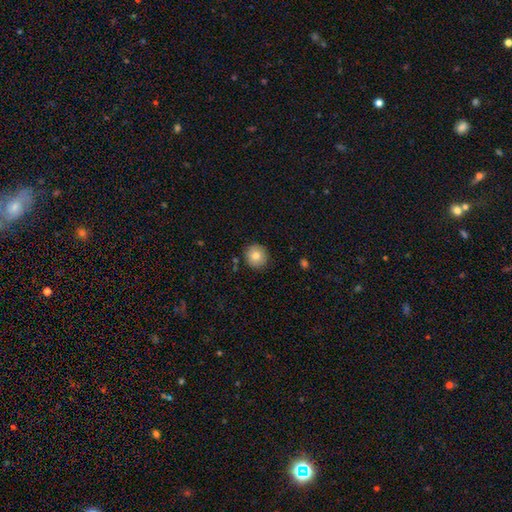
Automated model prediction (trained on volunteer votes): The model was most divided on "smooth or featured": smooth: 80%, featured or disk: 10%, star or artifact: 9%. More confident: how rounded — round (94%); merging — none (89%).